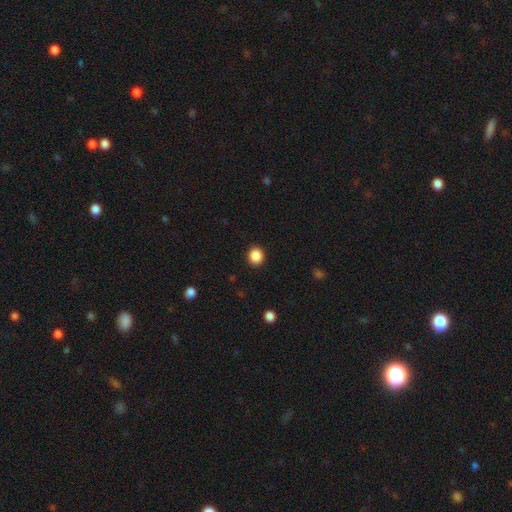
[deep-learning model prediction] A smooth galaxy with no disk features (88%) that is round (81%).

Vote fractions:
- Smooth or featured? smooth: 88% / star or artifact: 10% / featured or disk: 3%
- How rounded? round: 81% / in between: 19% / cigar-shaped: 1%
- Merging? none: 91% / minor disturbance: 6% / major disturbance: 2% / merger: 1%